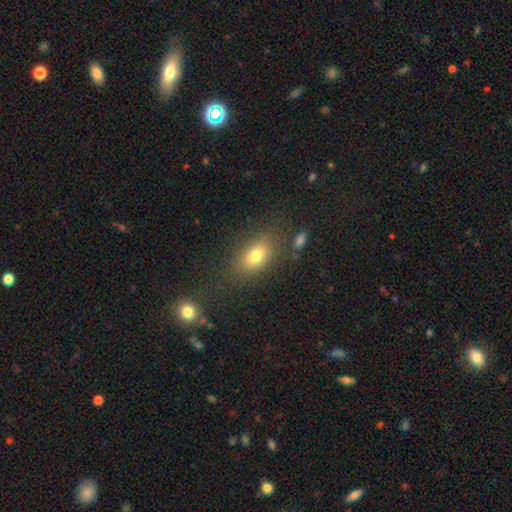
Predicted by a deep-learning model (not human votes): This is likely a smooth galaxy (76%). How rounded: clearly in between (81%). Merging: likely none (77%).